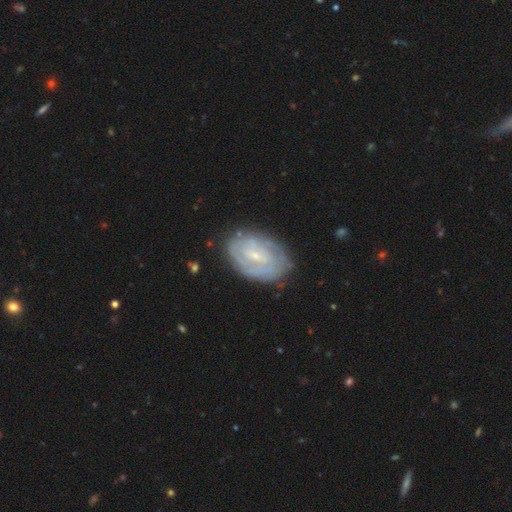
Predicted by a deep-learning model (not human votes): smooth_or_featured: featured or disk (p=0.75) [alt: smooth p=0.18]
disk_edge_on: no (p=0.96) [alt: yes p=0.04]
bar: weak (p=0.47) [alt: no p=0.37]
has_spiral_arms: yes (p=0.85) [alt: no p=0.15]
spiral_winding: tight (p=0.73) [alt: medium p=0.21]
spiral_arm_count: can't tell (p=0.46) [alt: 2 p=0.31]
bulge_size: small (p=0.76) [alt: moderate p=0.17]
merging: none (p=0.77) [alt: minor disturbance p=0.16]